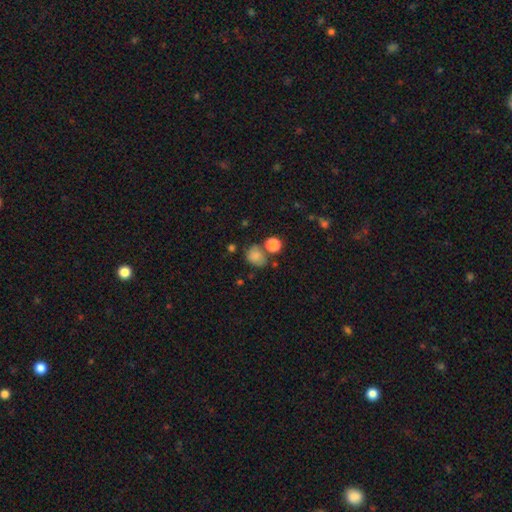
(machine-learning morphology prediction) A smooth galaxy with no disk features (75%) that is round (63%).

Vote fractions:
- Smooth or featured? smooth: 75% / star or artifact: 13% / featured or disk: 12%
- How rounded? round: 63% / in between: 36% / cigar-shaped: 1%
- Merging? none: 54% / minor disturbance: 20% / merger: 18% / major disturbance: 8%